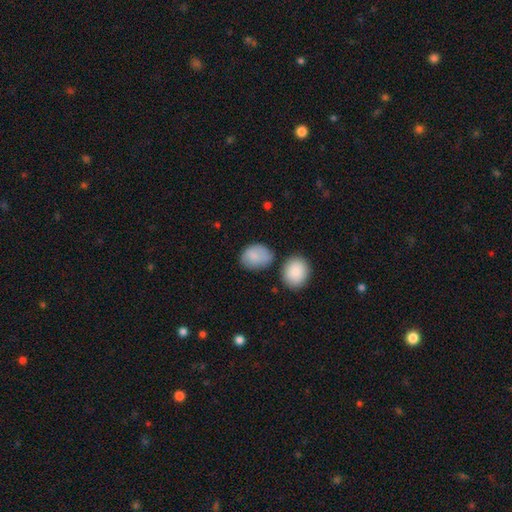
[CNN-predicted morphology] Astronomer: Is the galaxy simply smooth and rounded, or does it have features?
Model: smooth — 85%.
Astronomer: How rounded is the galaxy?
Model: in between — 60% (runner-up: round, 39%).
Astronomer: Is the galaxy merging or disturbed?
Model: none — 61%.